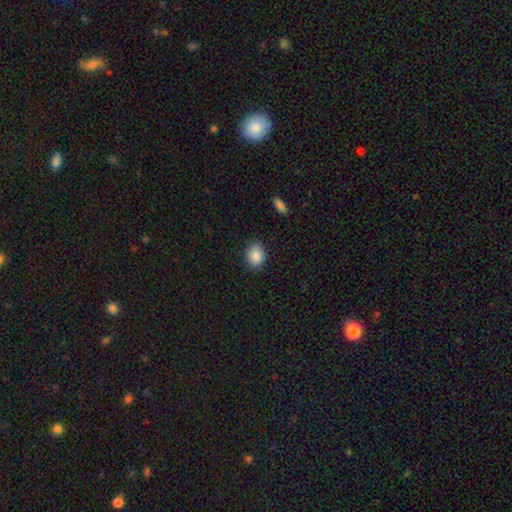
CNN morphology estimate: Smooth or featured? smooth (87%)
How rounded? in between (54%)
Merging? none (86%)